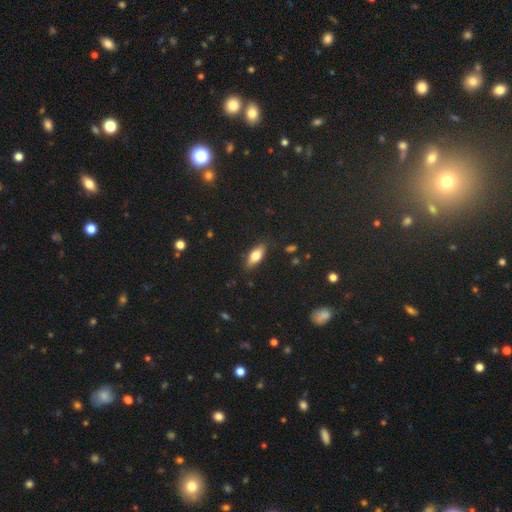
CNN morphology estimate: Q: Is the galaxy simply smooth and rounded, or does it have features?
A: smooth — 71%.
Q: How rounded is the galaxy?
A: in between — 76%.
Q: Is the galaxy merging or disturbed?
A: none — 84%.